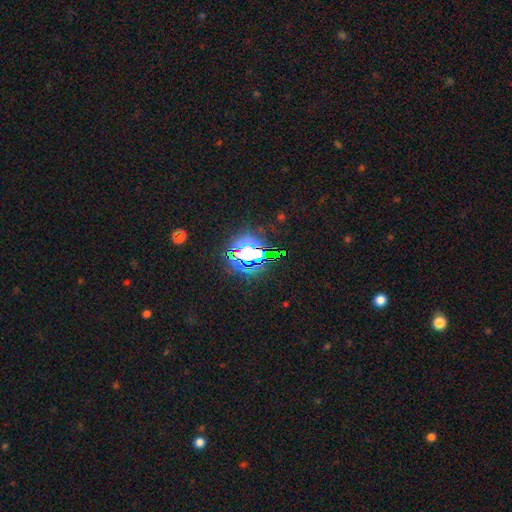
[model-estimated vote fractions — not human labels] Morphology: type=star or artifact (75%).